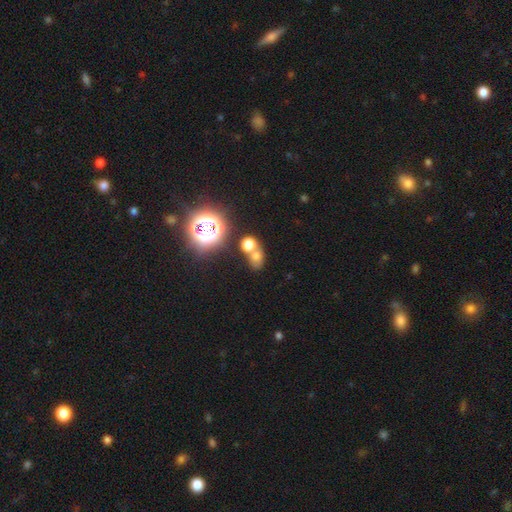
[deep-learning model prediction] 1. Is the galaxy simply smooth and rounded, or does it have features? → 59% smooth, 29% star or artifact, 12% featured or disk.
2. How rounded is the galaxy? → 53% round, 46% in between, 2% cigar-shaped.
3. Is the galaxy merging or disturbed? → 43% none, 42% merger, 9% minor disturbance, 6% major disturbance.